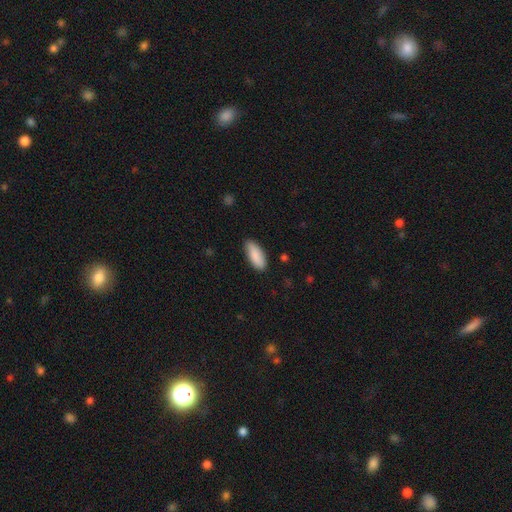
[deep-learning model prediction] This is clearly a smooth galaxy (88%). How rounded: likely in between (80%). Merging: clearly none (84%).